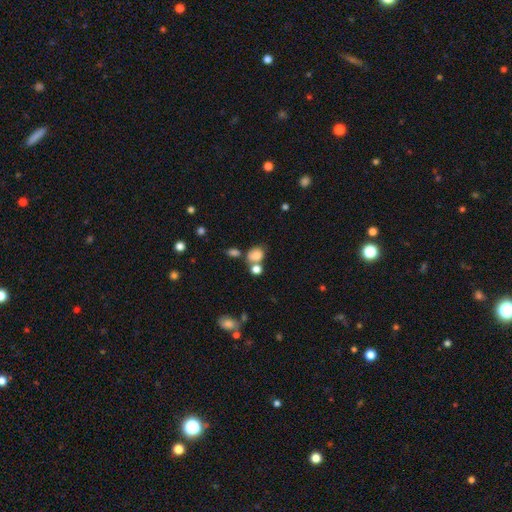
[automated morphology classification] type=smooth (79%); roundness=in between (54%); merging=none (41%).